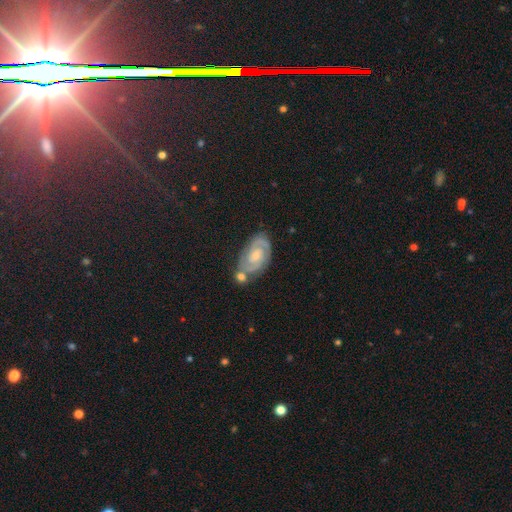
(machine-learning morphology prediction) type=featured or disk (84%); edge-on=no (97%); bar=no (54%); spiral arms=yes (97%); winding=tight (62%); arm count=2 (86%); bulge=small (48%); merging=none (69%).